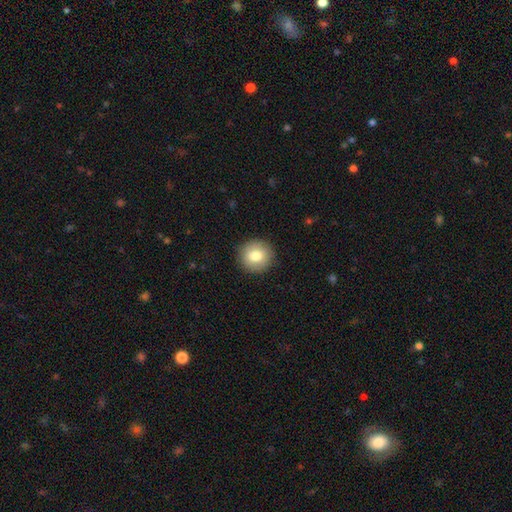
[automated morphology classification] Smooth or featured? Predicted: smooth (p=0.79). How rounded? Predicted: round (p=0.91). Merging? Predicted: none (p=0.91).